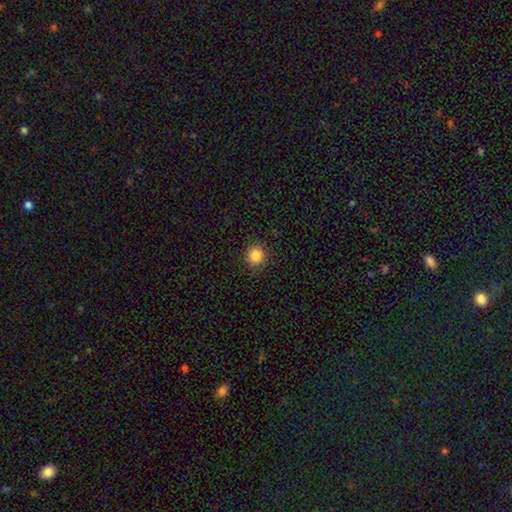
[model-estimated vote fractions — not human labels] Overall: smooth (85%). How rounded: round (93%). Merging: none (89%).